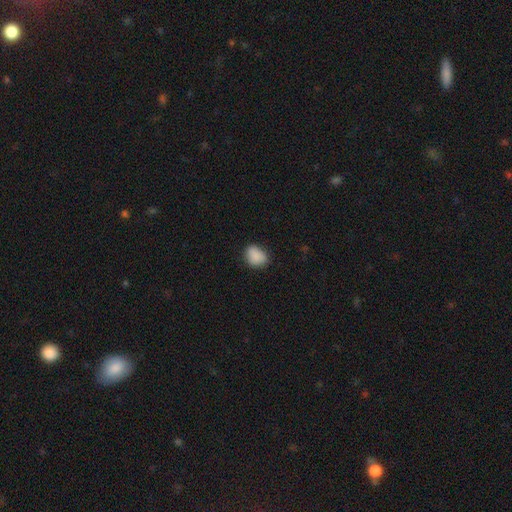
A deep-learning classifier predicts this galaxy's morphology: This is clearly a smooth galaxy (87%). How rounded: possibly in between (60%). Merging: likely none (74%).